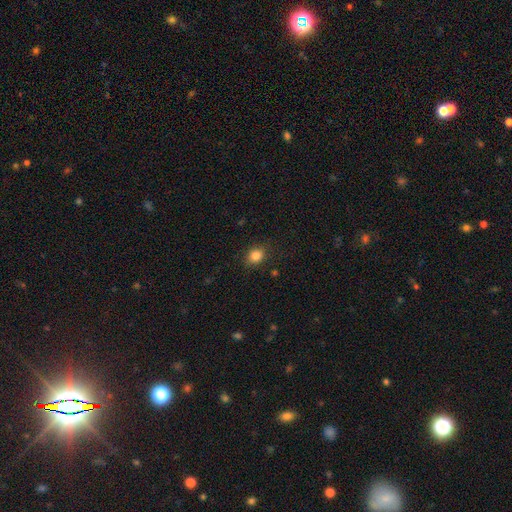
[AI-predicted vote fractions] Smooth or featured: smooth — 84% (star or artifact — 11%)
How rounded: round — 57% (in between — 42%)
Merging: none — 84% (minor disturbance — 12%)